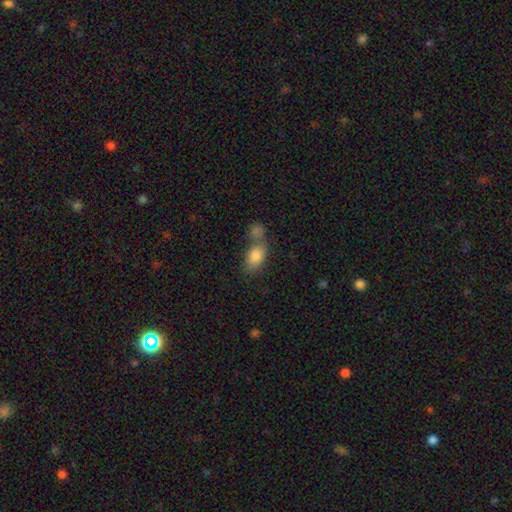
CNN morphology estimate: type=smooth (83%); roundness=in between (87%); merging=merger (43%).